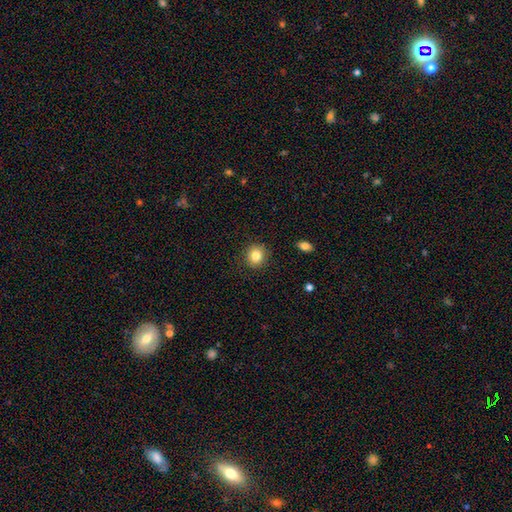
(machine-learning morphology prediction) smooth-or-featured: smooth: 83% | star or artifact: 10% | featured or disk: 7%
  how-rounded: round: 88% | in between: 11% | cigar-shaped: 1%
  merging: none: 90% | minor disturbance: 7% | major disturbance: 2% | merger: 1%